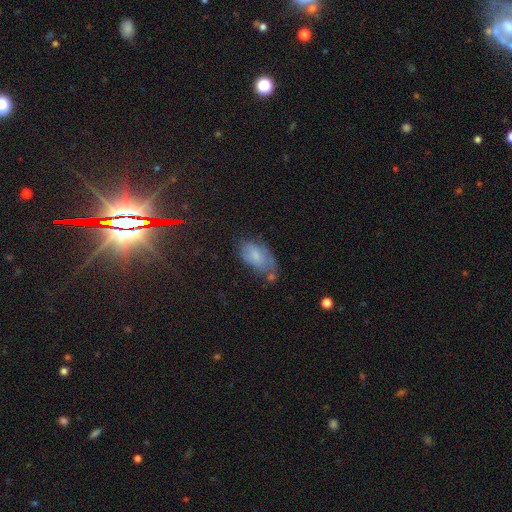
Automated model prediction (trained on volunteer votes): Overall: smooth (63%; featured or disk 25%). How rounded: in between (92%). Merging: none (42%; minor disturbance 34%).